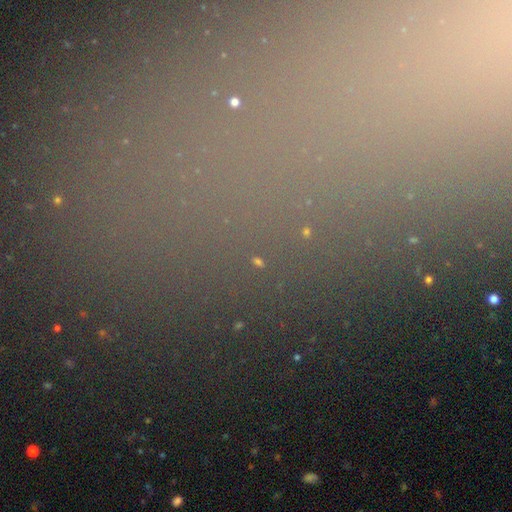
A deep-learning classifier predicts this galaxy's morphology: star or artifact 73%, smooth 17%, featured or disk 10%.